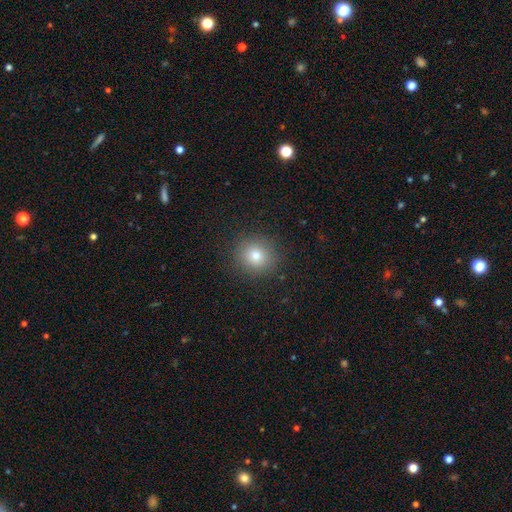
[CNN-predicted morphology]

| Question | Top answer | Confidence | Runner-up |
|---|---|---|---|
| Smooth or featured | smooth | 78% | star or artifact (13%) |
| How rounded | round | 85% | in between (14%) |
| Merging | none | 89% | minor disturbance (7%) |